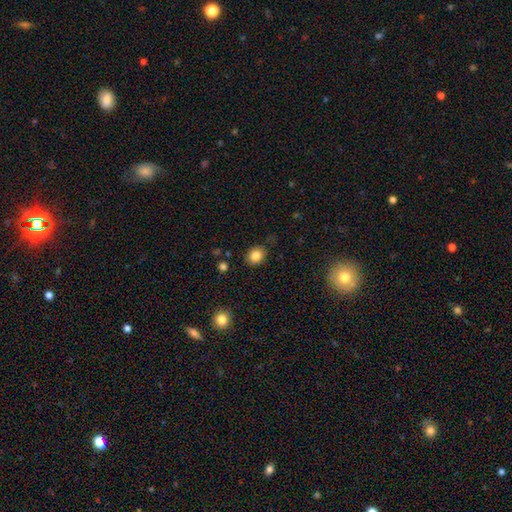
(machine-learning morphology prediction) This is clearly a smooth galaxy (83%). How rounded: likely round (61%). Merging: clearly none (81%).